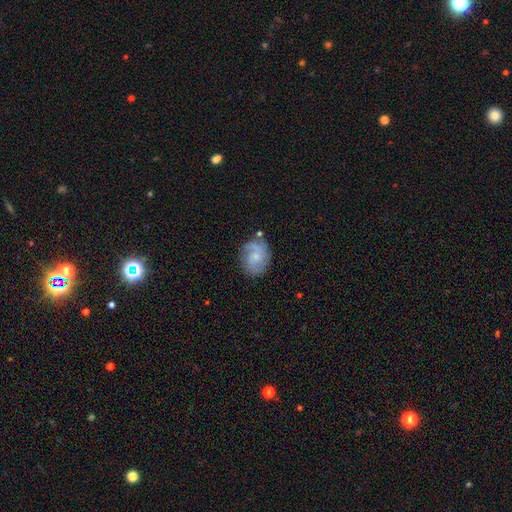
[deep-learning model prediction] A featured or disk galaxy (66%) with no bar (63%), 2 (51%) medium (45%) spiral arms (91%) and a small central bulge (60%).

Vote fractions:
- Smooth or featured? featured or disk: 66% / smooth: 27% / star or artifact: 7%
- Edge-on disk? no: 97% / yes: 3%
- Bar? no: 63% / weak: 33% / strong: 4%
- Spiral arms? yes: 91% / no: 9%
- Spiral winding? medium: 45% / tight: 28% / loose: 27%
- Spiral arm count? 2: 51% / can't tell: 19% / 3: 17% / 1: 7% / 4: 4% / more than 4: 3%
- Bulge size? small: 60% / moderate: 28% / none: 9% / large: 2% / dominant: 1%
- Merging? none: 69% / minor disturbance: 20% / major disturbance: 7% / merger: 4%